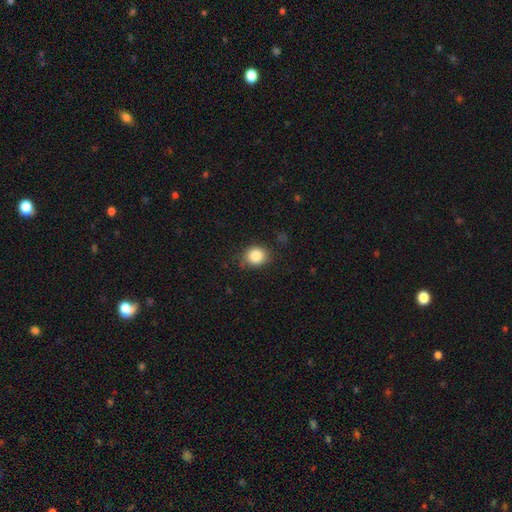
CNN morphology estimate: This is clearly a smooth galaxy (86%). How rounded: likely round (78%). Merging: likely none (79%).